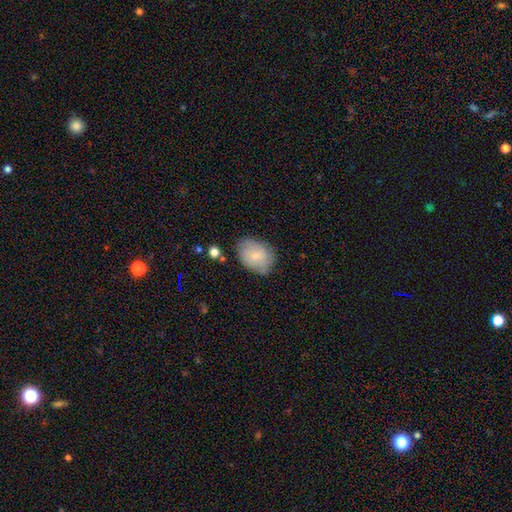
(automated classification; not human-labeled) A smooth galaxy with no disk features (70%) that is in between round and cigar-shaped (71%). Merging: none (70%).